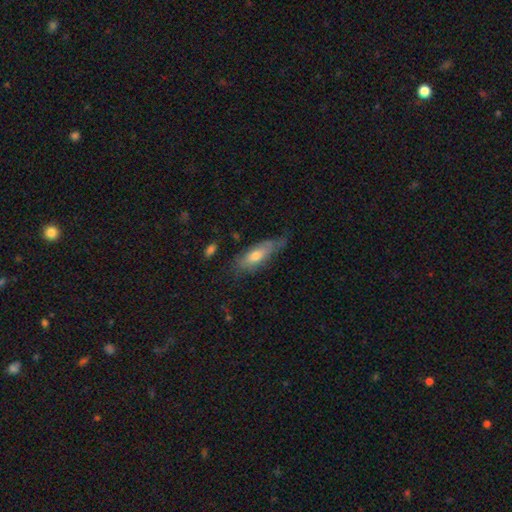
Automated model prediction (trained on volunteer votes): smooth 58%, featured or disk 35%, star or artifact 7%. Down the decision tree: how rounded — in between (55%); merging — none (50%).